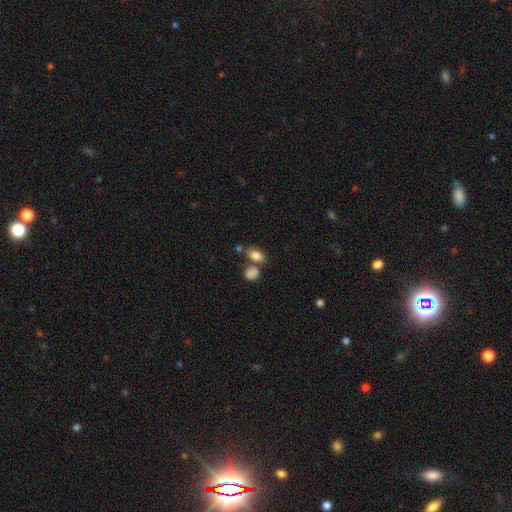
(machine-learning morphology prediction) Overall: smooth (83%). How rounded: in between (80%). Merging: none (55%; merger 28%).